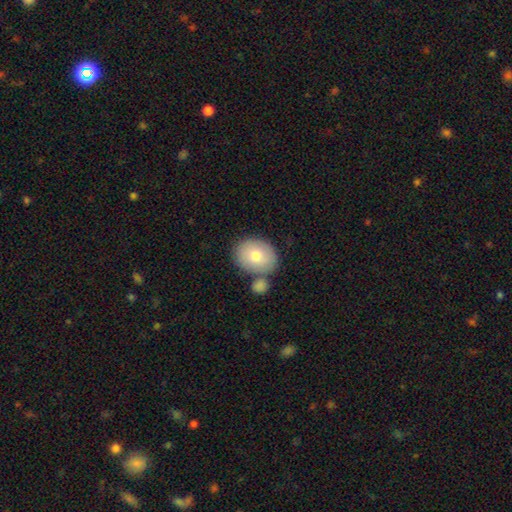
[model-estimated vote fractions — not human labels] smooth_or_featured: smooth (p=0.75) [alt: featured or disk p=0.18]
how_rounded: in between (p=0.51) [alt: round p=0.48]
merging: none (p=0.65) [alt: merger p=0.19]